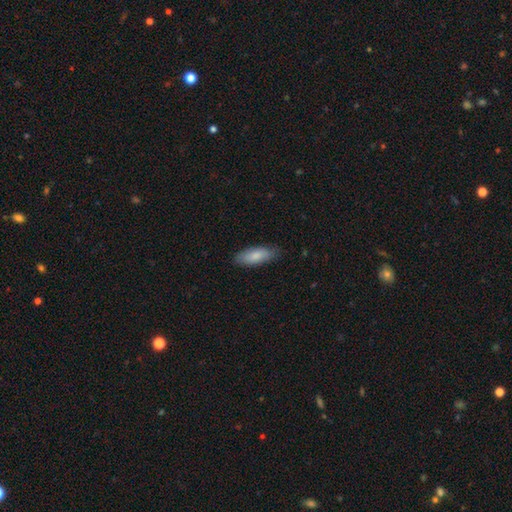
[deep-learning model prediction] This appears to be a smooth galaxy with no disk features (83%) that is in between round and cigar-shaped (73%). Merging: none (82%).